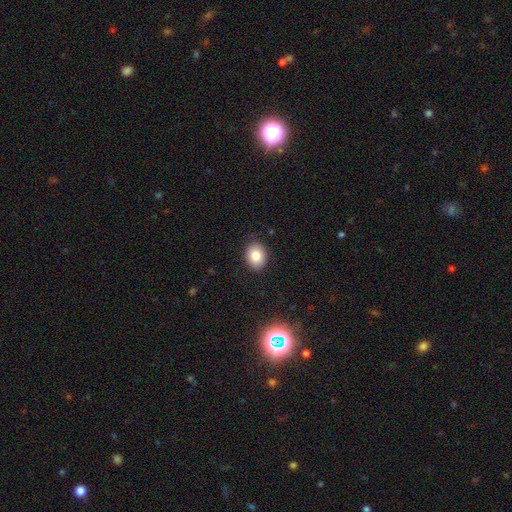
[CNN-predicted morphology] type=smooth (84%); roundness=in between (63%); merging=none (86%).